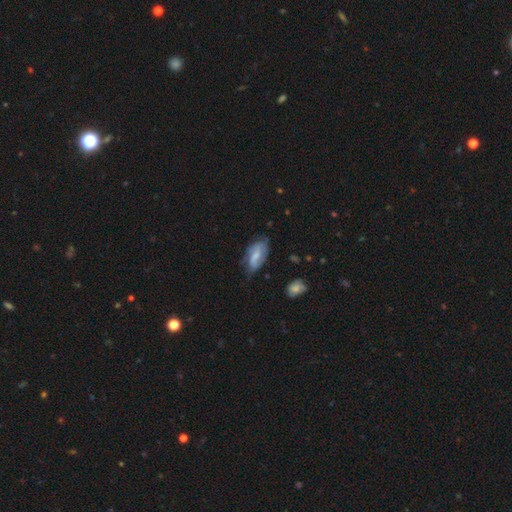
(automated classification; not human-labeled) smooth_or_featured: smooth (p=0.48) [alt: featured or disk p=0.45]
merging: none (p=0.55) [alt: minor disturbance p=0.33]